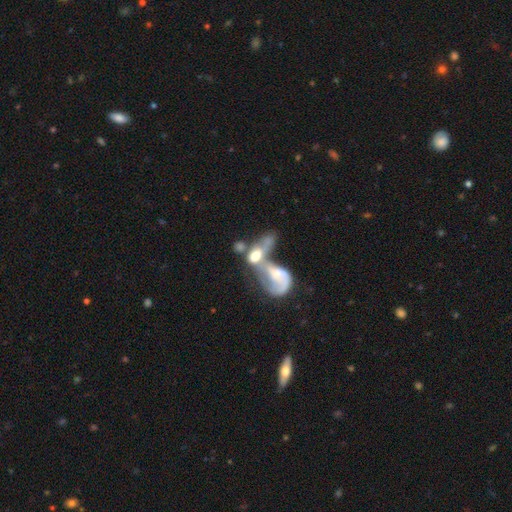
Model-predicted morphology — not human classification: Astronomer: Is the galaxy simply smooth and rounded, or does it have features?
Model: featured or disk — 50% (runner-up: smooth, 40%).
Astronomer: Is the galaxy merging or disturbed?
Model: merger — 77%.